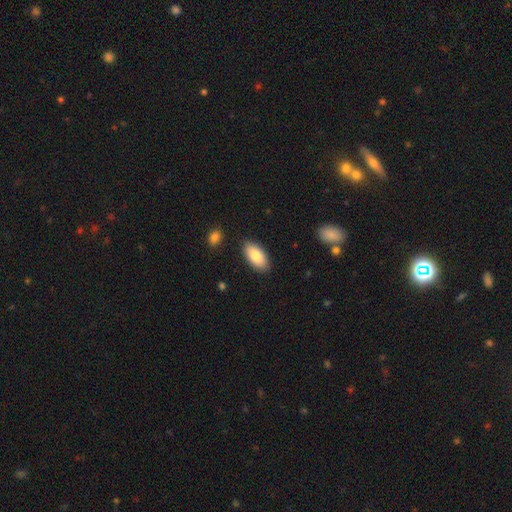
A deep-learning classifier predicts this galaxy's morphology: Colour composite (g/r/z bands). It shows a smooth galaxy with no disk features (84%) that is in between round and cigar-shaped (93%). Merging: none (87%).